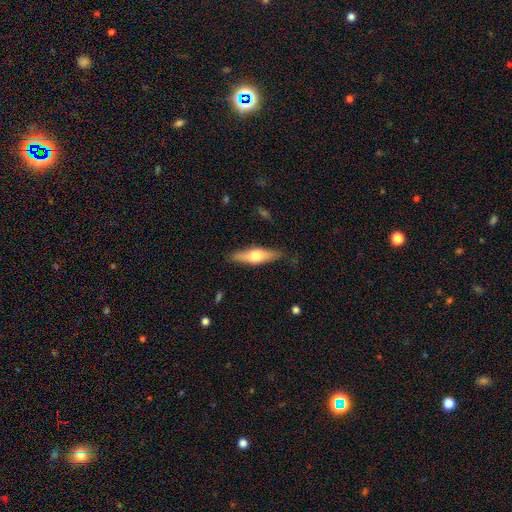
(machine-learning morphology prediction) Smooth or featured? Predicted: smooth (p=0.50). How rounded? Predicted: cigar-shaped (p=0.60). Merging? Predicted: none (p=0.85).